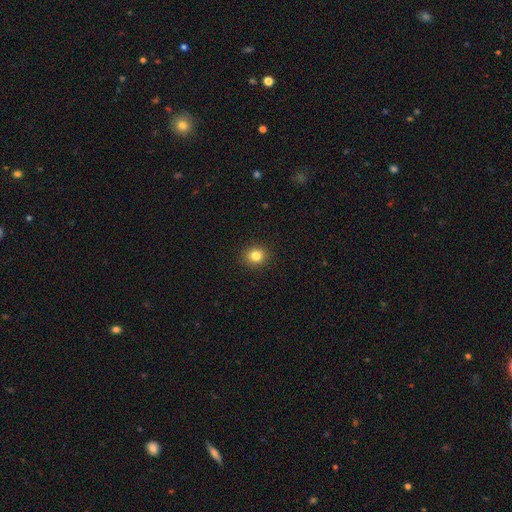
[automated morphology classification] Smooth or featured? smooth (83%)
How rounded? round (81%)
Merging? none (92%)